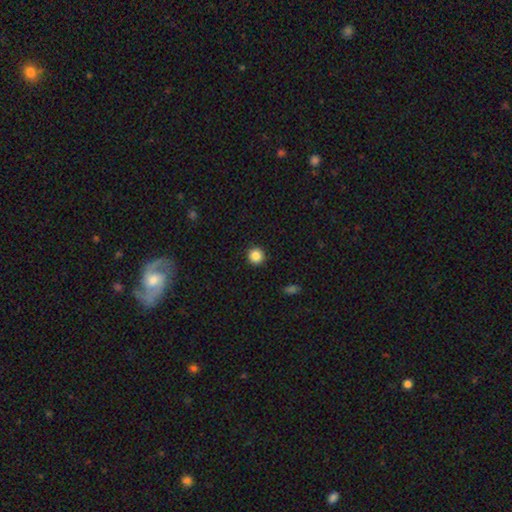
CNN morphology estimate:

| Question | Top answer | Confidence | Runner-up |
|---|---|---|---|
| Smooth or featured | smooth | 87% | star or artifact (10%) |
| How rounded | round | 95% | in between (4%) |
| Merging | none | 93% | minor disturbance (5%) |